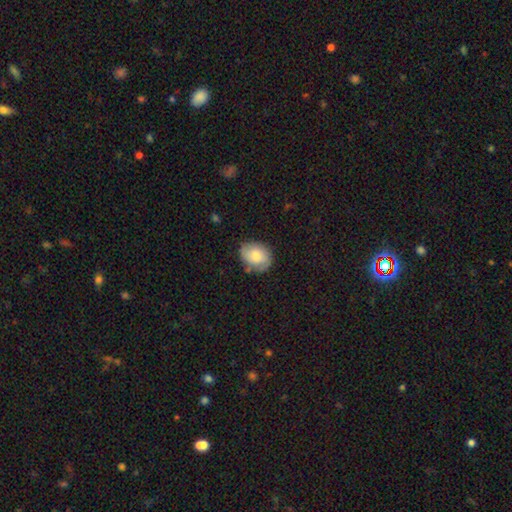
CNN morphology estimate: A smooth galaxy with no disk features (61%) that is in between round and cigar-shaped (55%).

Vote fractions:
- Smooth or featured? smooth: 61% / featured or disk: 31% / star or artifact: 8%
- How rounded? in between: 55% / round: 44% / cigar-shaped: 1%
- Merging? none: 71% / minor disturbance: 22% / major disturbance: 5% / merger: 2%